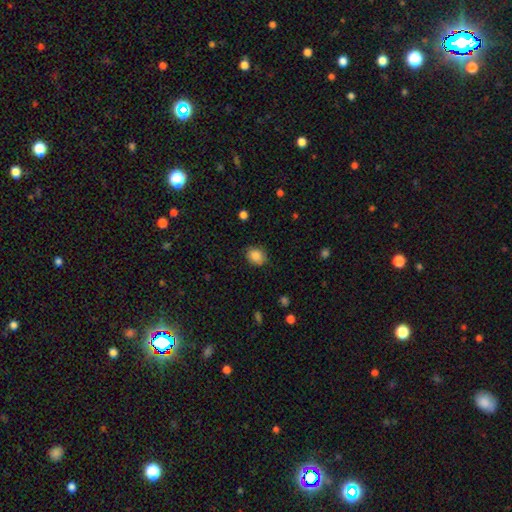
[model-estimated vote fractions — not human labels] Q: Smooth or featured?
A: smooth (86%); runner-up: star or artifact (8%)
Q: How rounded?
A: in between (50%); runner-up: round (49%)
Q: Merging?
A: none (82%); runner-up: minor disturbance (14%)